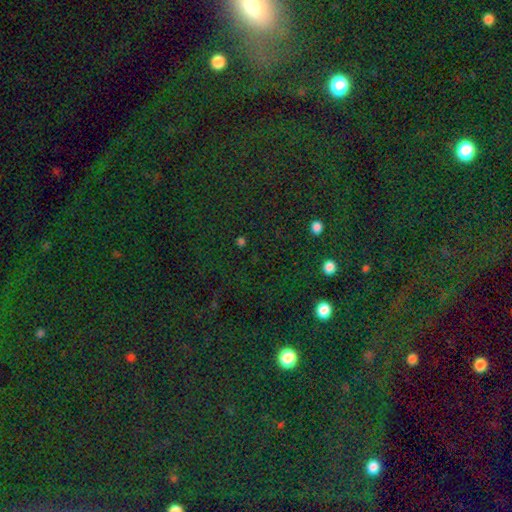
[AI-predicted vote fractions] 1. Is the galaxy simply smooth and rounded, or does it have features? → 78% star or artifact, 14% smooth, 8% featured or disk.